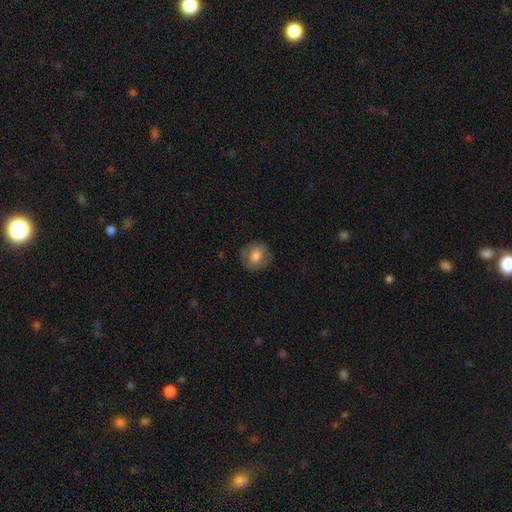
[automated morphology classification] Smooth or featured: smooth — 74% (featured or disk — 17%)
How rounded: round — 82% (in between — 17%)
Merging: none — 82% (minor disturbance — 13%)